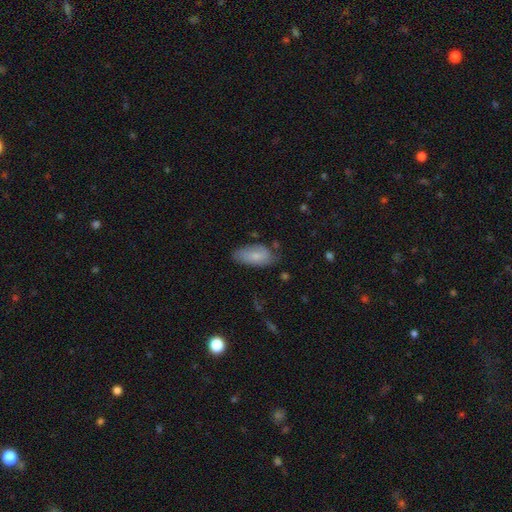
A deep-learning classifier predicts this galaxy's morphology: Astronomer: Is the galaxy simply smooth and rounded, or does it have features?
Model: smooth — 74%.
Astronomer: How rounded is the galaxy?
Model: in between — 91%.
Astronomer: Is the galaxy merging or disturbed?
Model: none — 60%.